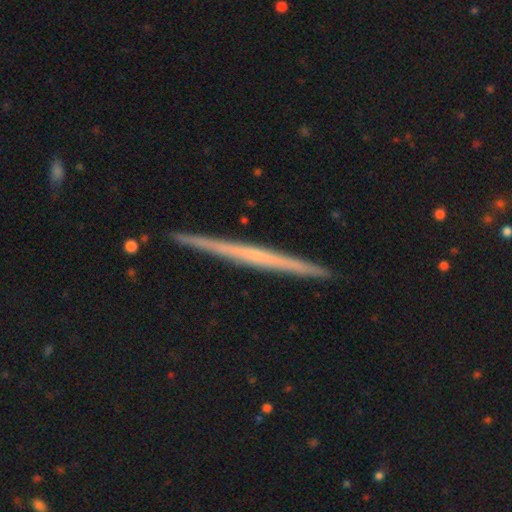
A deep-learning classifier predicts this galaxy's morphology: Q: Smooth or featured?
A: featured or disk (66%); runner-up: smooth (27%)
Q: Edge-on disk?
A: yes (98%); runner-up: no (2%)
Q: Edge-on bulge?
A: none (85%); runner-up: rounded (11%)
Q: Merging?
A: none (91%); runner-up: minor disturbance (6%)